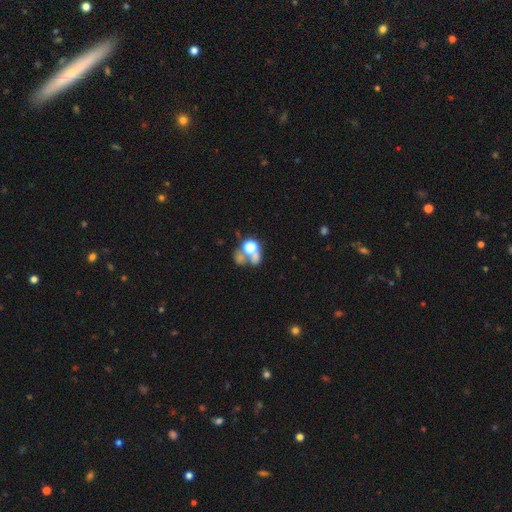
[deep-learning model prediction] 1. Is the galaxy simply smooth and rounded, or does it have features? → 51% smooth, 28% star or artifact, 22% featured or disk.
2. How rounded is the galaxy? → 60% round, 38% in between, 2% cigar-shaped.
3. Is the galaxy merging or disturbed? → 45% merger, 30% none, 16% major disturbance, 10% minor disturbance.